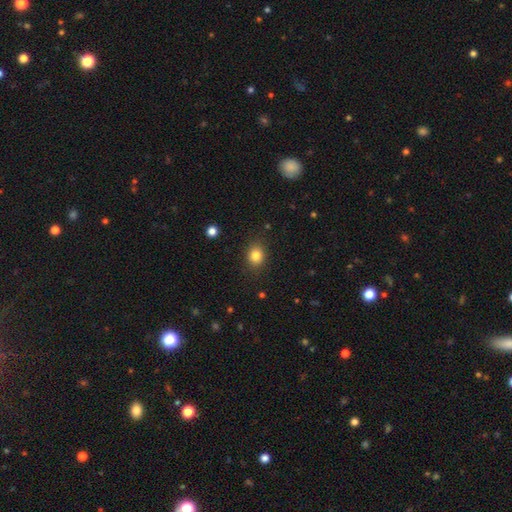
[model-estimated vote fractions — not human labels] smooth 82%, star or artifact 11%, featured or disk 6%. Down the decision tree: how rounded — round (62%); merging — none (87%).